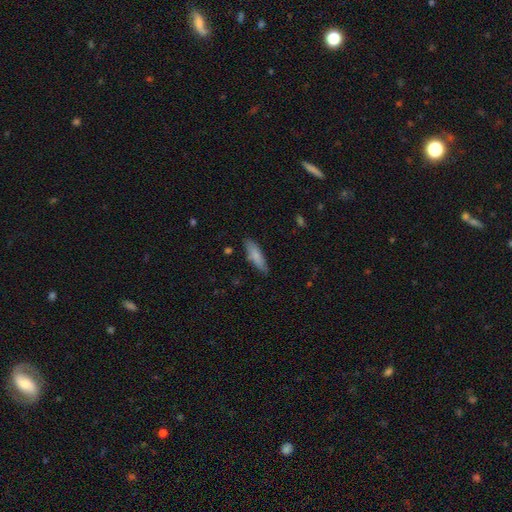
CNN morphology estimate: Q: Smooth or featured?
A: smooth (79%); runner-up: featured or disk (15%)
Q: How rounded?
A: cigar-shaped (65%); runner-up: in between (34%)
Q: Merging?
A: none (80%); runner-up: minor disturbance (15%)